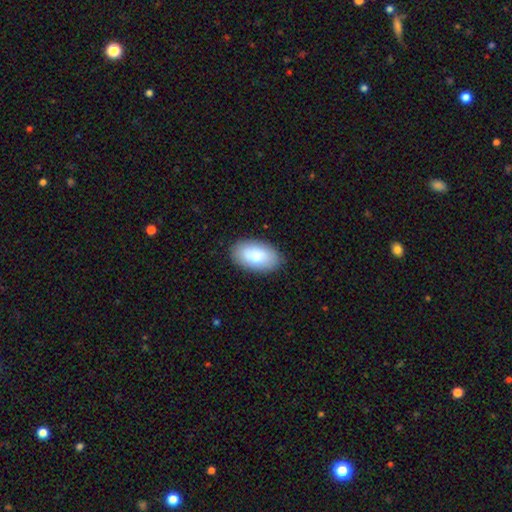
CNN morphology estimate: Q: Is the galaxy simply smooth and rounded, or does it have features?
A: smooth — 83%.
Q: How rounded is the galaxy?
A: in between — 95%.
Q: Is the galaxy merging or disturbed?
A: none — 86%.